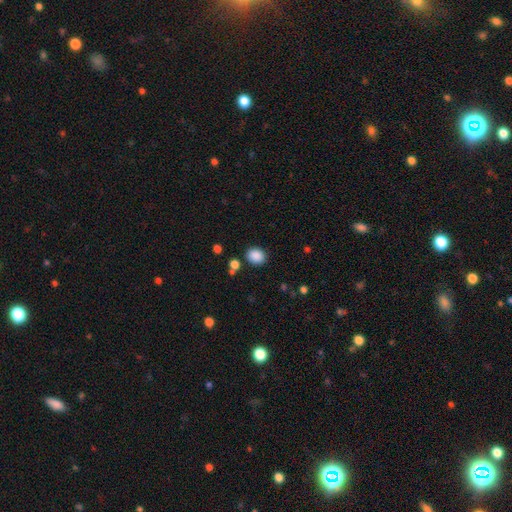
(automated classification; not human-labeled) smooth 88%, star or artifact 9%, featured or disk 3%. Down the decision tree: how rounded — round (59%); merging — none (84%).